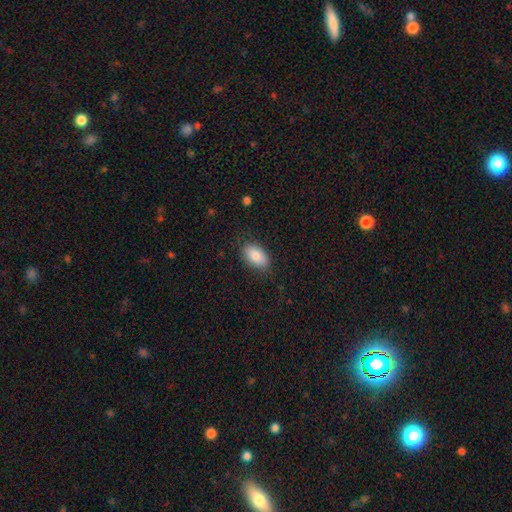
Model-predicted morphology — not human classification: Smooth or featured? smooth (86%)
How rounded? in between (93%)
Merging? none (83%)